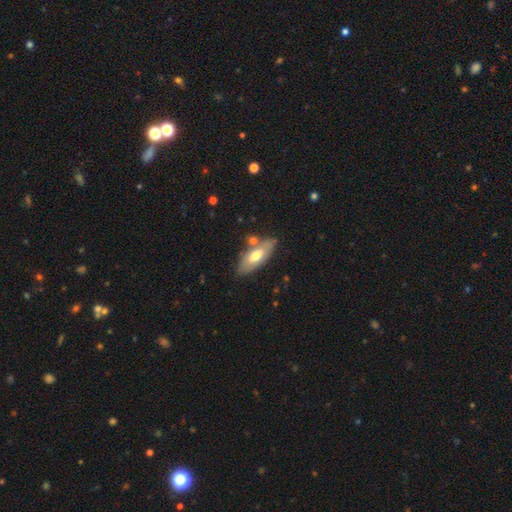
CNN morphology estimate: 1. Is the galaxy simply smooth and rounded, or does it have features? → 55% smooth, 39% featured or disk, 6% star or artifact.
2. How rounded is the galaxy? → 79% in between, 19% cigar-shaped, 2% round.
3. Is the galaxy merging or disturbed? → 73% none, 15% minor disturbance, 9% merger, 4% major disturbance.